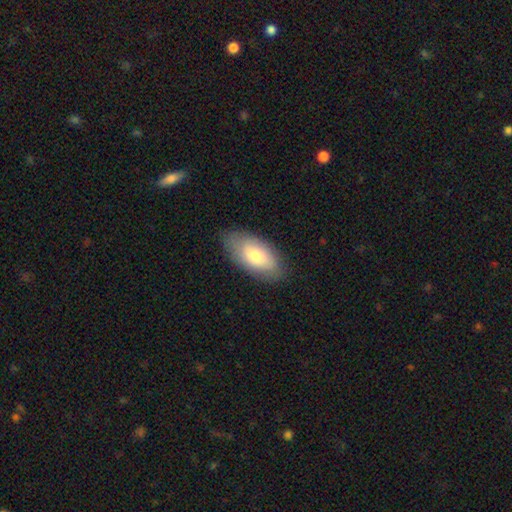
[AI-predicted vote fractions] This is likely a smooth galaxy (76%). How rounded: clearly in between (93%). Merging: clearly none (84%).